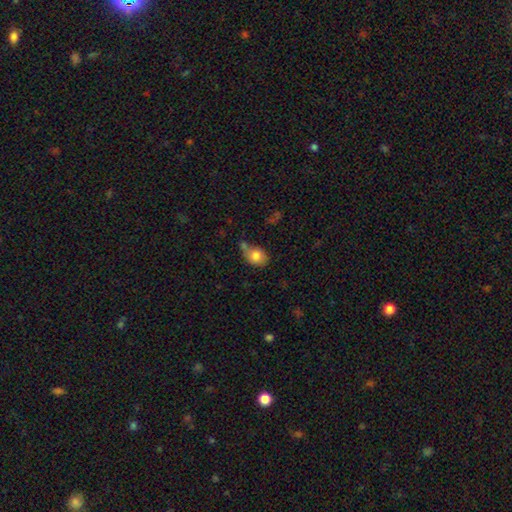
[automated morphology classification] Smooth or featured?
  - smooth: 80% *
  - featured or disk: 11%
  - star or artifact: 9%
How rounded?
  - in between: 52% *
  - round: 46%
  - cigar-shaped: 1%
Merging?
  - none: 43% *
  - minor disturbance: 27%
  - merger: 20%
  - major disturbance: 11%